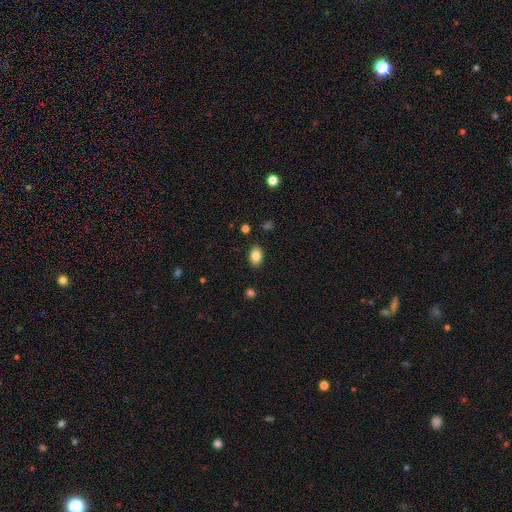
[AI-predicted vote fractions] Smooth or featured? smooth (85%)
How rounded? in between (83%)
Merging? none (87%)